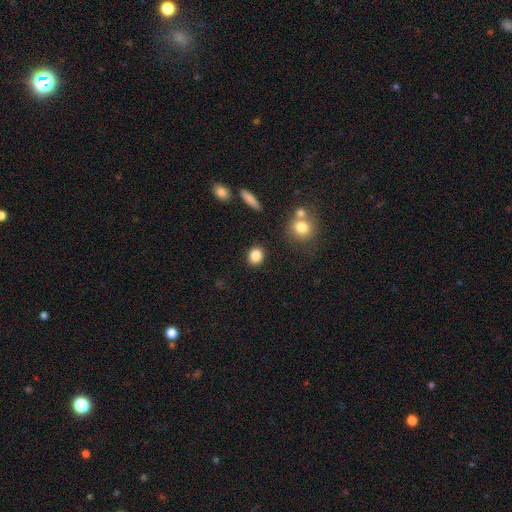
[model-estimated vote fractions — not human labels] Morphology: type=smooth (86%); roundness=round (73%); merging=none (87%).